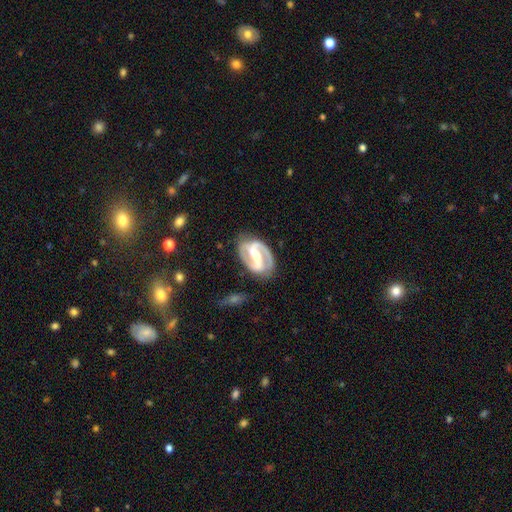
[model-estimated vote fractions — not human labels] featured or disk 91%, smooth 6%, star or artifact 4%. Down the decision tree: edge-on disk — no (97%); bar — strong (76%); spiral arms — yes (96%); spiral arm count — 2 (93%); spiral winding — medium (50%); bulge size — moderate (50%); merging — none (82%).